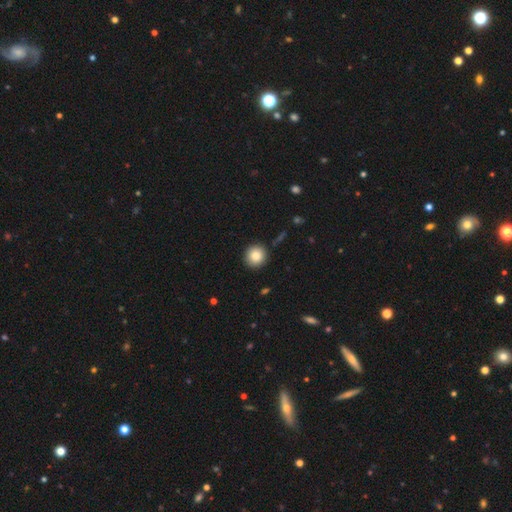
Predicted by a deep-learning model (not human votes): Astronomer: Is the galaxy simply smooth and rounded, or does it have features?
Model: smooth — 82%.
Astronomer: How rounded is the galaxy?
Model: round — 93%.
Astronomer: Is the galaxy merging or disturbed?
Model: none — 91%.